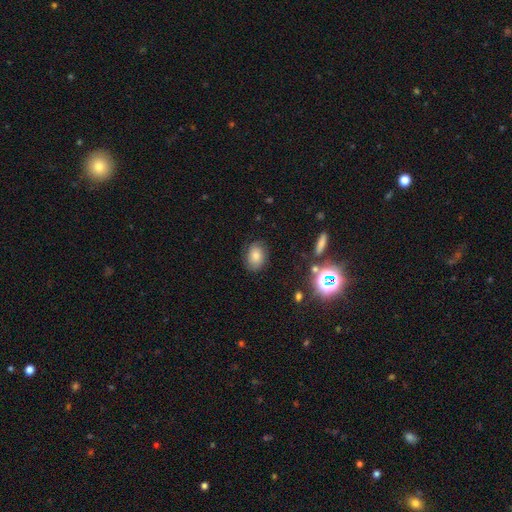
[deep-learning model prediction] smooth-or-featured: smooth: 63% | featured or disk: 23% | star or artifact: 14%
  how-rounded: in between: 70% | round: 29% | cigar-shaped: 1%
  merging: none: 78% | minor disturbance: 16% | major disturbance: 5% | merger: 2%